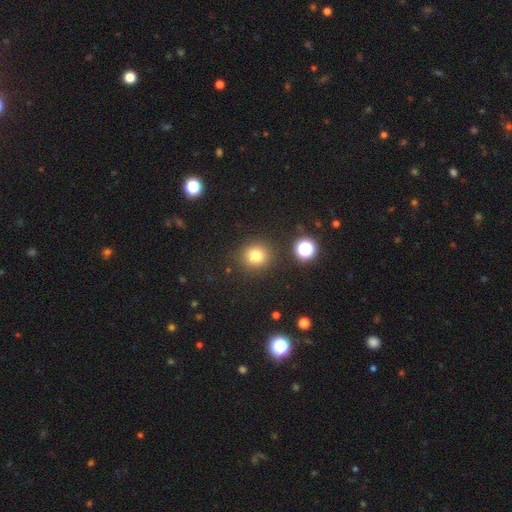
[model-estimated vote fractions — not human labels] Smooth or featured?
  - smooth: 78% *
  - star or artifact: 16%
  - featured or disk: 7%
How rounded?
  - round: 90% *
  - in between: 9%
  - cigar-shaped: 1%
Merging?
  - none: 88% *
  - minor disturbance: 7%
  - major disturbance: 3%
  - merger: 3%